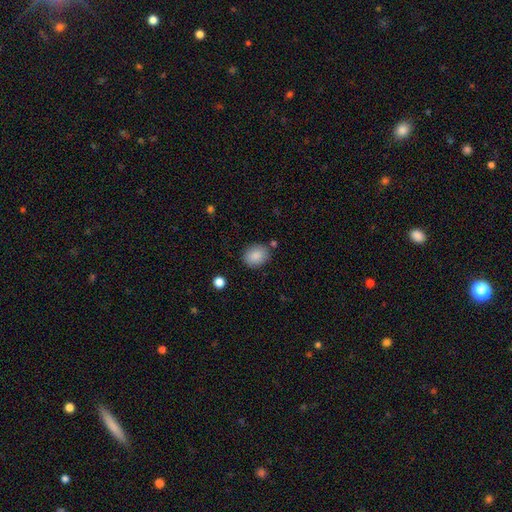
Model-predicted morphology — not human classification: Smooth or featured?
  - smooth: 88% *
  - star or artifact: 8%
  - featured or disk: 5%
How rounded?
  - in between: 59% *
  - round: 40%
  - cigar-shaped: 1%
Merging?
  - none: 81% *
  - minor disturbance: 12%
  - merger: 4%
  - major disturbance: 3%